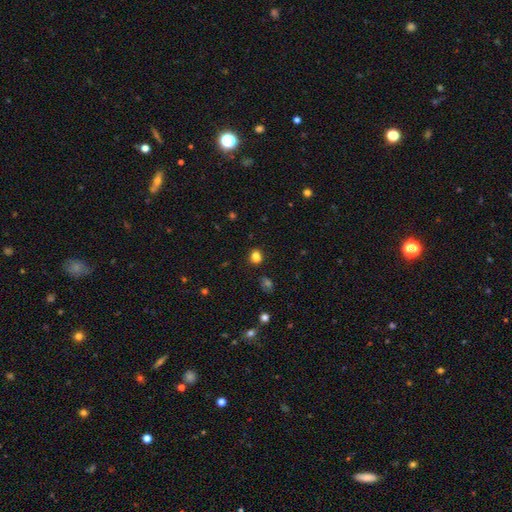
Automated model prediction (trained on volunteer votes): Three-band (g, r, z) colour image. It shows a smooth galaxy with no disk features (80%) that is round (50%). Merging: none (78%).